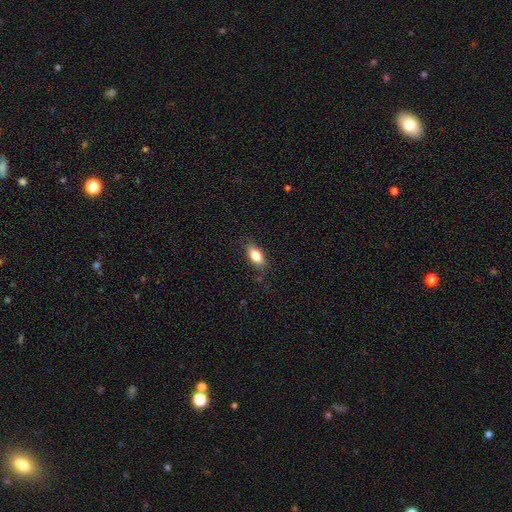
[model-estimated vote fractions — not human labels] Morphology: type=smooth (81%); roundness=in between (85%); merging=none (81%).